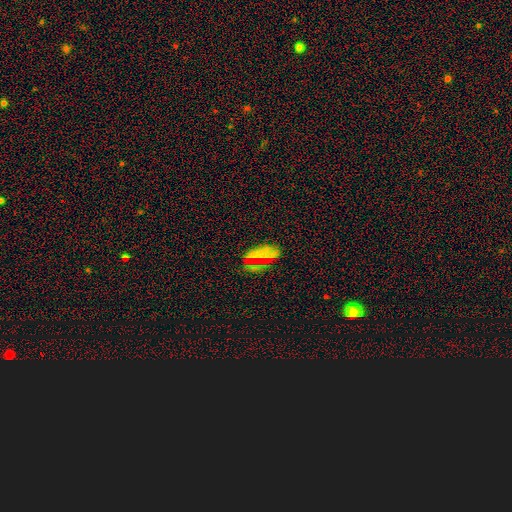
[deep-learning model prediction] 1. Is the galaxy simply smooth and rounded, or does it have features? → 45% smooth, 34% star or artifact, 21% featured or disk.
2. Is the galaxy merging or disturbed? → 55% none, 23% minor disturbance, 15% major disturbance, 7% merger.